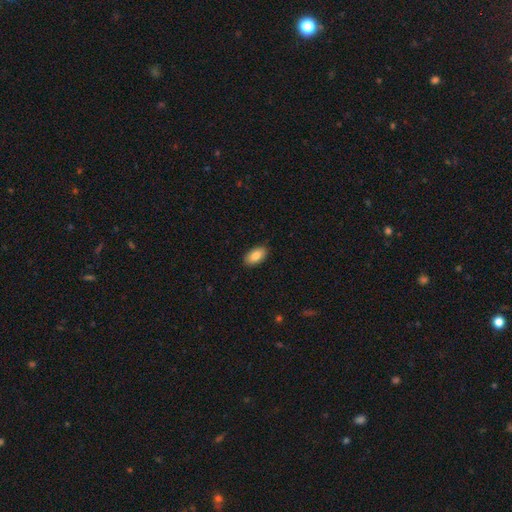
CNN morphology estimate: A smooth galaxy with no disk features (84%) that is in between round and cigar-shaped (94%).

Vote fractions:
- Smooth or featured? smooth: 84% / featured or disk: 10% / star or artifact: 7%
- How rounded? in between: 94% / round: 3% / cigar-shaped: 3%
- Merging? none: 88% / minor disturbance: 9% / major disturbance: 2% / merger: 1%